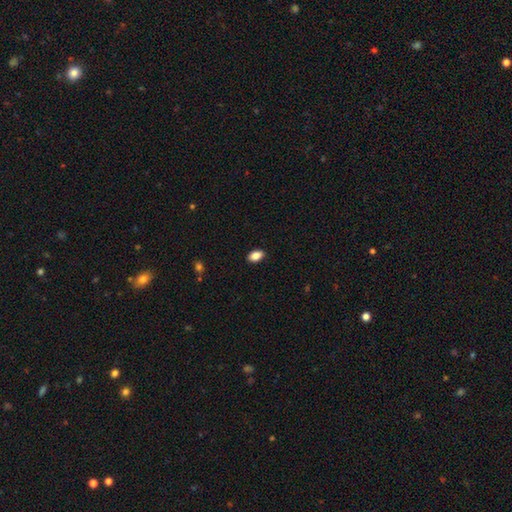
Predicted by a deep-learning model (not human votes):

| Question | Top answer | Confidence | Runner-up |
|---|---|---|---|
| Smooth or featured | smooth | 85% | star or artifact (8%) |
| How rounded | in between | 89% | round (8%) |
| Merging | none | 89% | minor disturbance (8%) |